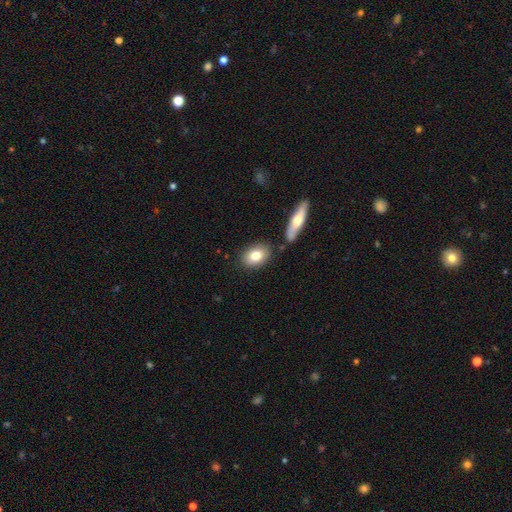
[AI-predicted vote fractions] Smooth or featured? smooth (79%)
How rounded? in between (75%)
Merging? none (79%)